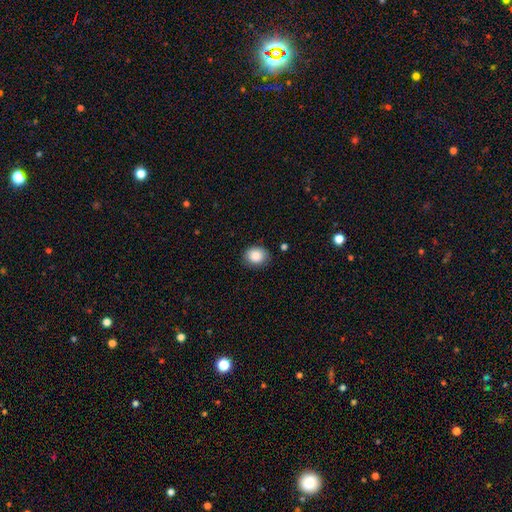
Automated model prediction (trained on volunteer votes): Smooth or featured?
  - smooth: 86% *
  - star or artifact: 8%
  - featured or disk: 5%
How rounded?
  - round: 62% *
  - in between: 37%
  - cigar-shaped: 1%
Merging?
  - none: 83% *
  - minor disturbance: 13%
  - major disturbance: 3%
  - merger: 1%